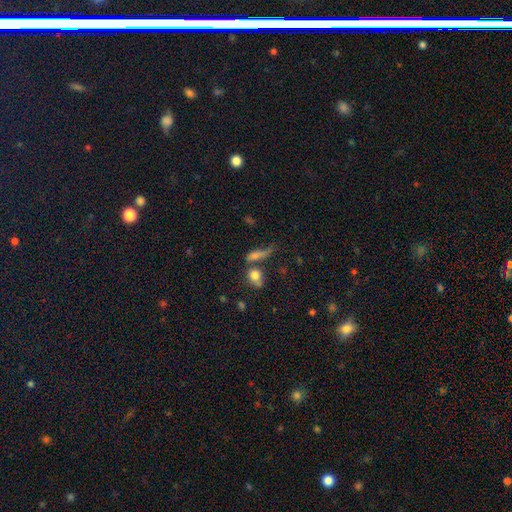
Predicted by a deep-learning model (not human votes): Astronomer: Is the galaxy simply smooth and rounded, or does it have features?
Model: smooth — 58%.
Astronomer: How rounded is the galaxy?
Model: in between — 43% (runner-up: cigar-shaped, 35%).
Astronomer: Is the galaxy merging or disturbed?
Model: none — 44% (runner-up: merger, 29%).